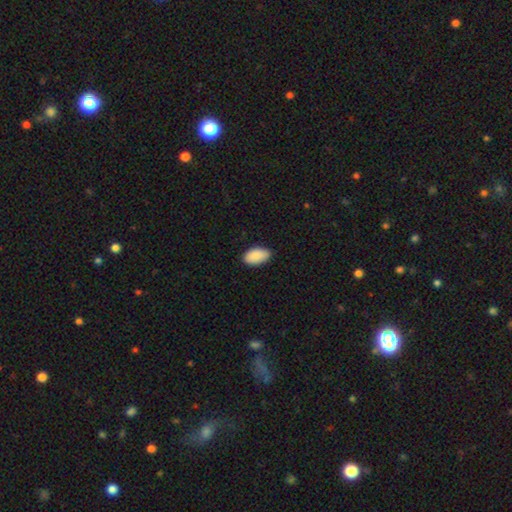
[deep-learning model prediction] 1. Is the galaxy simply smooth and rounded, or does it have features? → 88% smooth, 6% star or artifact, 6% featured or disk.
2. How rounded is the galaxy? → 95% in between, 4% round, 1% cigar-shaped.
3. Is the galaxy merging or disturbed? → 84% none, 14% minor disturbance, 2% major disturbance, 1% merger.